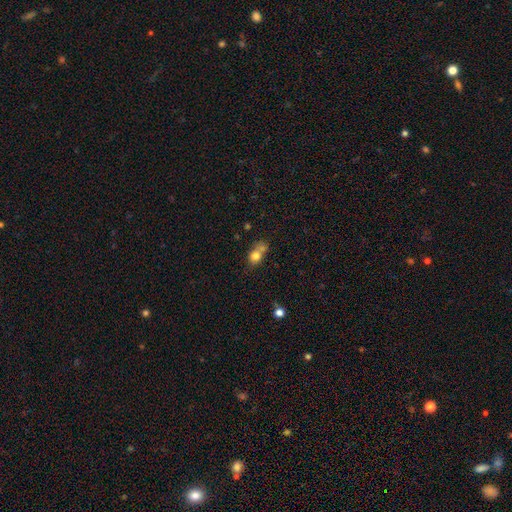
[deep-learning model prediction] smooth 76%, featured or disk 13%, star or artifact 11%. Down the decision tree: how rounded — round (56%); merging — merger (44%).